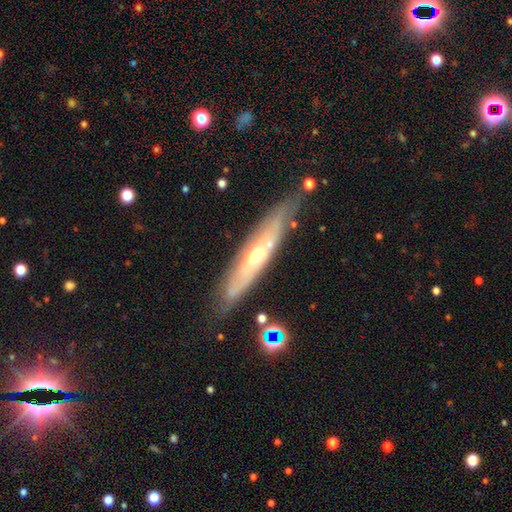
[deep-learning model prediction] This is likely a featured or disk galaxy (70%). It is possibly viewed edge-on (56%). Merging: likely none (75%).